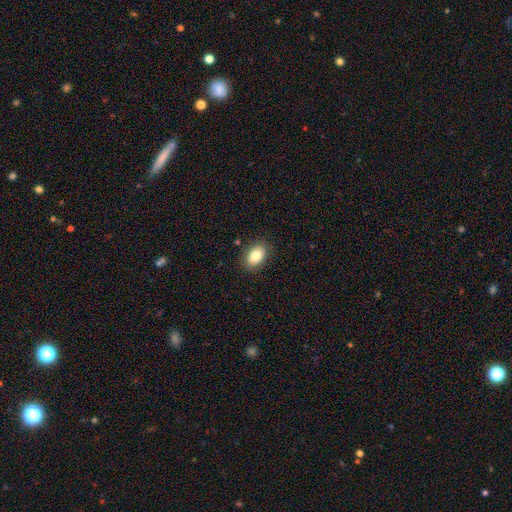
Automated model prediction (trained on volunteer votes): smooth_or_featured: smooth (p=0.82) [alt: featured or disk p=0.10]
how_rounded: in between (p=0.83) [alt: round p=0.16]
merging: none (p=0.86) [alt: minor disturbance p=0.10]